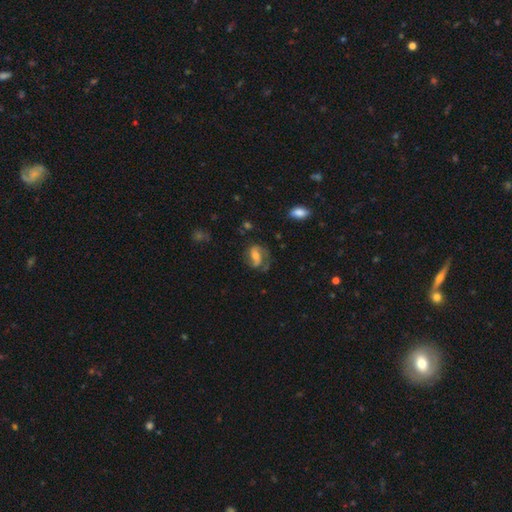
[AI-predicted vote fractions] smooth-or-featured: featured or disk: 67% | smooth: 25% | star or artifact: 8%
  disk-edge-on: no: 96% | yes: 4%
    bar: weak: 40% | no: 31% | strong: 29%
    has-spiral-arms: yes: 88% | no: 12%
      spiral-winding: medium: 45% | loose: 36% | tight: 20%
      spiral-arm-count: 2: 72% | 1: 15% | can't tell: 9% | 3: 2% | 4: 1% | more than 4: 1%
    bulge-size: moderate: 52% | small: 34% | large: 8% | none: 4% | dominant: 1%
  merging: none: 55% | minor disturbance: 22% | major disturbance: 20% | merger: 3%